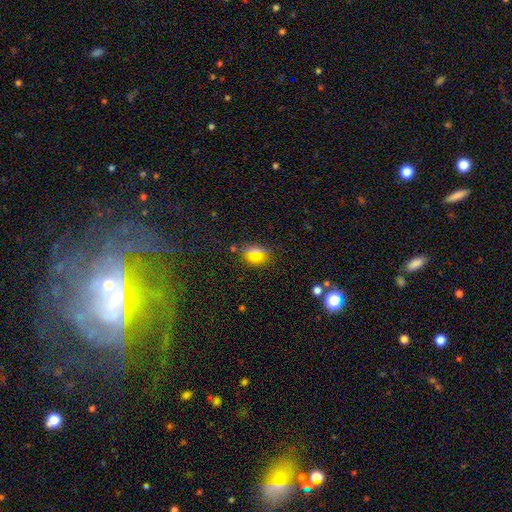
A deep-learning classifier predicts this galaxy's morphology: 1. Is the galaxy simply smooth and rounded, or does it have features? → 64% smooth, 27% star or artifact, 9% featured or disk.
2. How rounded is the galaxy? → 50% in between, 45% round, 5% cigar-shaped.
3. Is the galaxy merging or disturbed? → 79% none, 11% minor disturbance, 5% major disturbance, 5% merger.